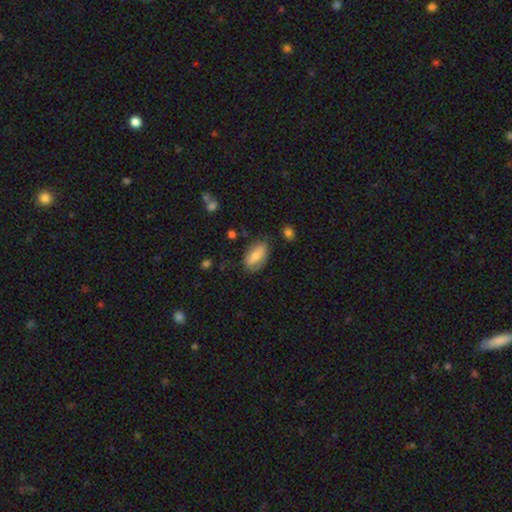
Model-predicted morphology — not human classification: Smooth or featured?
  - smooth: 63% *
  - featured or disk: 30%
  - star or artifact: 7%
How rounded?
  - in between: 86% *
  - cigar-shaped: 9%
  - round: 5%
Merging?
  - none: 75% *
  - minor disturbance: 18%
  - major disturbance: 5%
  - merger: 2%